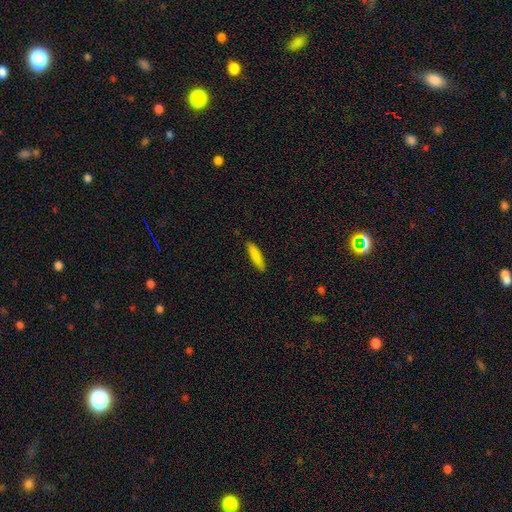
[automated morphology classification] smooth-or-featured: smooth: 85% | featured or disk: 9% | star or artifact: 6%
  how-rounded: cigar-shaped: 80% | in between: 19% | round: 1%
  merging: none: 88% | minor disturbance: 9% | major disturbance: 2% | merger: 1%